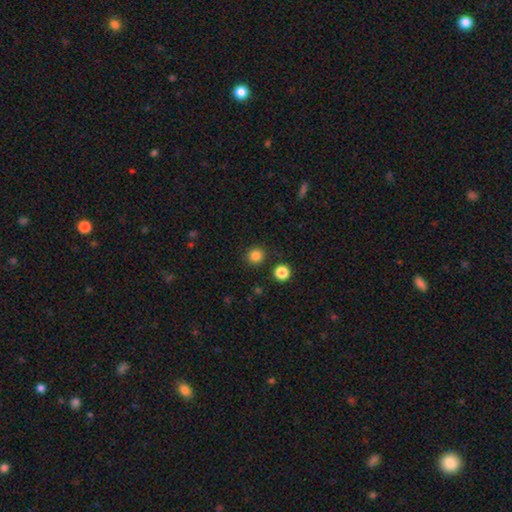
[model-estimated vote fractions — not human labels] Morphology: type=smooth (83%); roundness=round (93%); merging=none (89%).